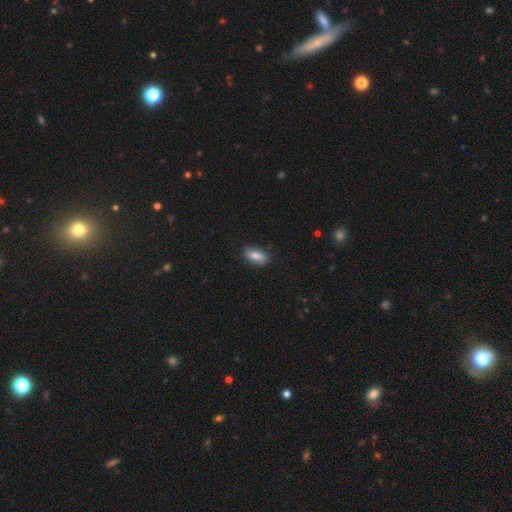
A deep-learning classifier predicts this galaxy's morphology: This is clearly a smooth galaxy (83%). How rounded: clearly in between (86%). Merging: clearly none (81%).